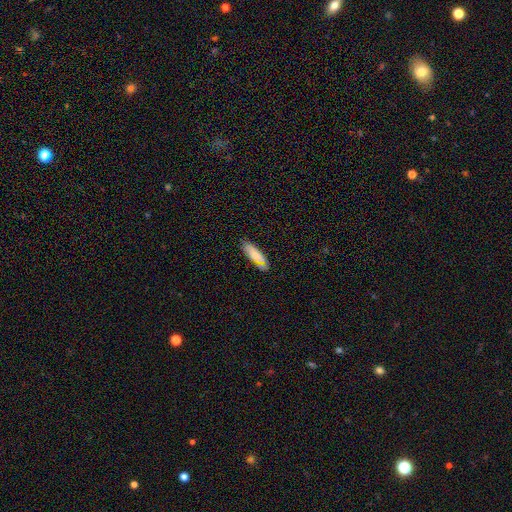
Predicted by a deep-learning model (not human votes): This is likely a smooth galaxy (75%). How rounded: possibly in between (57%). Merging: likely none (74%).